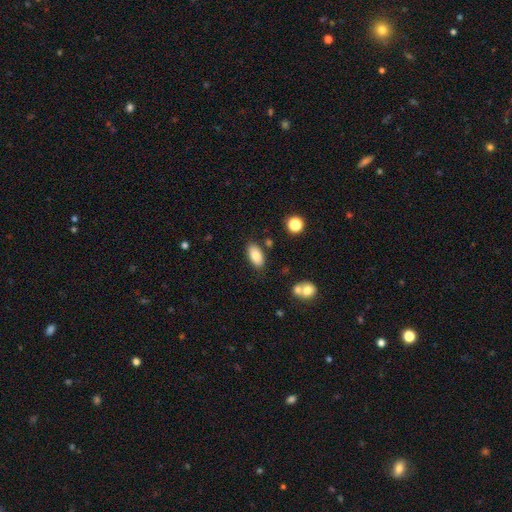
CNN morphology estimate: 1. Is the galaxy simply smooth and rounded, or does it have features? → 81% smooth, 11% featured or disk, 8% star or artifact.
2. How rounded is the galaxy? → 92% in between, 5% cigar-shaped, 4% round.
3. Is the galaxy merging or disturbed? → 81% none, 11% minor disturbance, 5% merger, 3% major disturbance.